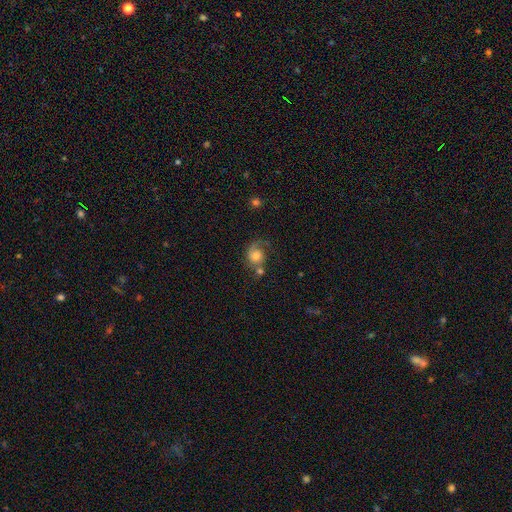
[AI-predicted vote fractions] Smooth or featured? Predicted: featured or disk (p=0.55). Edge-on disk? Predicted: no (p=0.97). Bar? Predicted: no (p=0.75). Spiral arms? Predicted: yes (p=0.88). Bulge size? Predicted: moderate (p=0.48). Merging? Predicted: none (p=0.41).